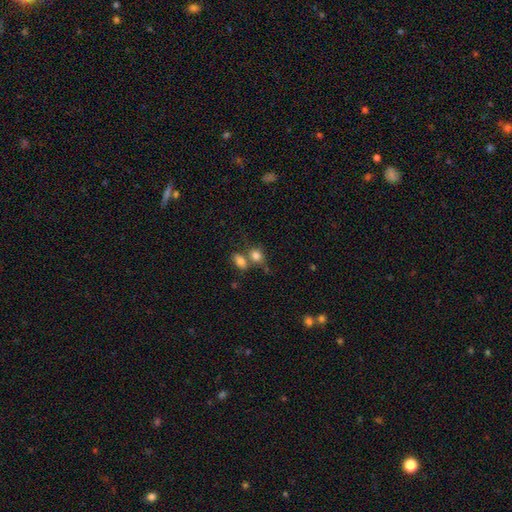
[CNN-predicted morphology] Smooth or featured? Predicted: smooth (p=0.81). How rounded? Predicted: in between (p=0.55). Merging? Predicted: merger (p=0.44).